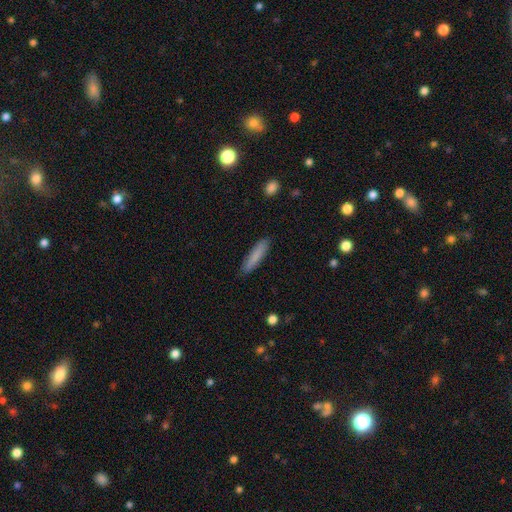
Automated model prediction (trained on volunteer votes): Q: Smooth or featured?
A: smooth (82%); runner-up: featured or disk (12%)
Q: How rounded?
A: cigar-shaped (86%); runner-up: in between (12%)
Q: Merging?
A: none (89%); runner-up: minor disturbance (9%)